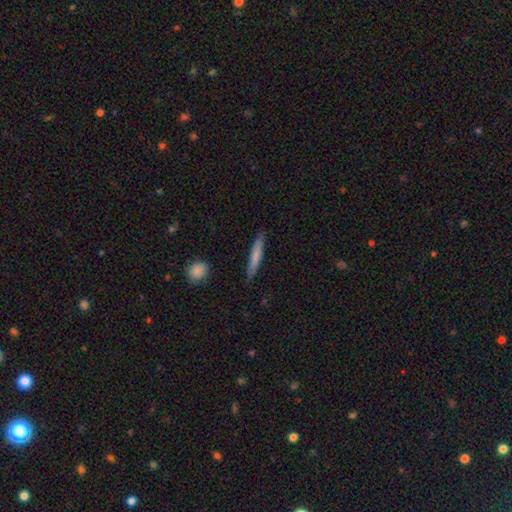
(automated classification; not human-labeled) smooth-or-featured: smooth: 71% | featured or disk: 23% | star or artifact: 6%
  how-rounded: cigar-shaped: 94% | in between: 5% | round: 1%
  merging: none: 87% | minor disturbance: 9% | major disturbance: 2% | merger: 2%